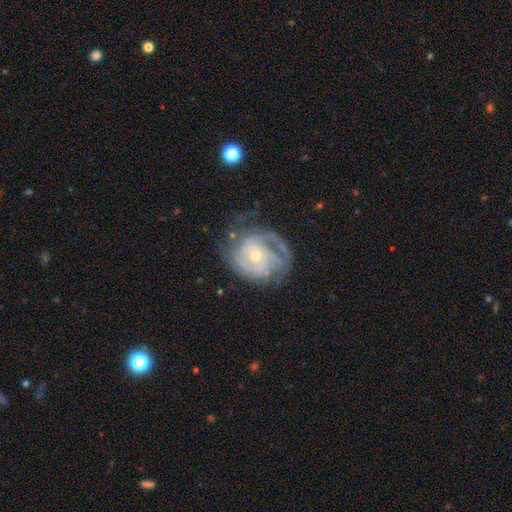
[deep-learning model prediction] Q: Smooth or featured?
A: featured or disk (83%); runner-up: smooth (11%)
Q: Edge-on disk?
A: no (97%); runner-up: yes (3%)
Q: Bar?
A: no (70%); runner-up: weak (24%)
Q: Spiral arms?
A: yes (92%); runner-up: no (8%)
Q: Spiral winding?
A: tight (59%); runner-up: medium (31%)
Q: Spiral arm count?
A: can't tell (34%); runner-up: 2 (25%)
Q: Bulge size?
A: small (66%); runner-up: moderate (30%)
Q: Merging?
A: none (56%); runner-up: minor disturbance (22%)